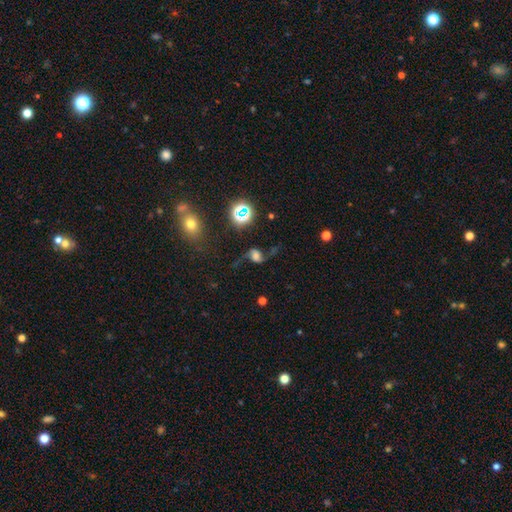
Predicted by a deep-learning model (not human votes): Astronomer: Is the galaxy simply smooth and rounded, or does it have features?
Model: featured or disk — 65%.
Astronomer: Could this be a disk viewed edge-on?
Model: no — 96%.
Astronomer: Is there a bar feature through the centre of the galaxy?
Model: no — 55% (runner-up: weak, 32%).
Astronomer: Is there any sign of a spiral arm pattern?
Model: yes — 93%.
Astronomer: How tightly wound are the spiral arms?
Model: loose — 86%.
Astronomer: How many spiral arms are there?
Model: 2 — 89%.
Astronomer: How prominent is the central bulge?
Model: moderate — 34% (runner-up: large, 29%).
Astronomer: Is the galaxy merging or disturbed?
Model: none — 62%.